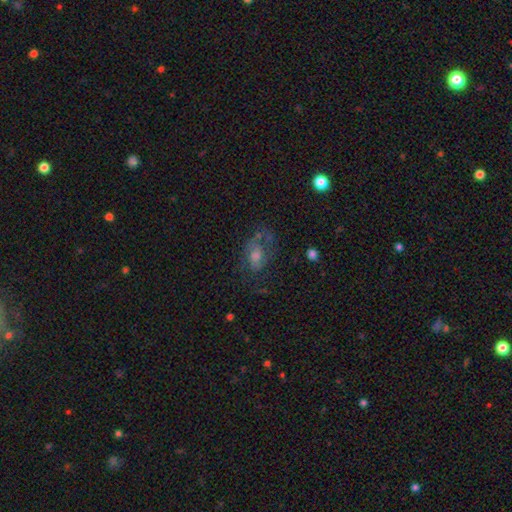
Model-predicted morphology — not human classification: The model was most divided on "smooth or featured": featured or disk: 52%, smooth: 31%, star or artifact: 17%. Remaining: edge-on disk — no (95%); merging — none (49%).